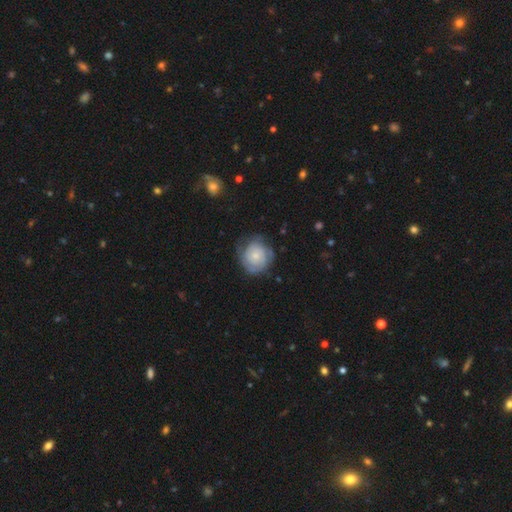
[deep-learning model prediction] Smooth or featured? featured or disk (55%)
Edge-on disk? no (98%)
Bar? no (82%)
Spiral arms? yes (80%)
Bulge size? small (62%)
Merging? none (67%)